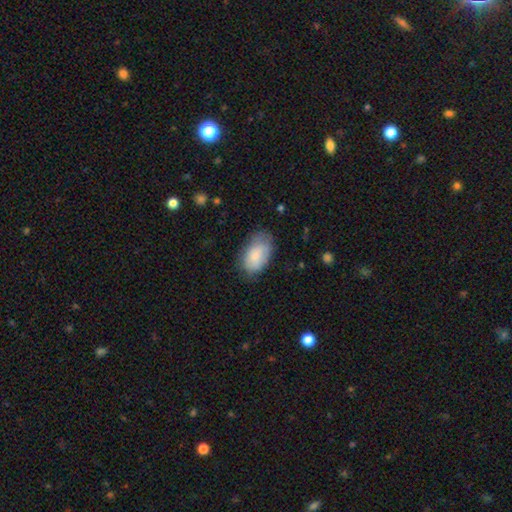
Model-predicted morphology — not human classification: The model was most divided on "merging": none: 66%, minor disturbance: 25%, major disturbance: 7%, merger: 1%. More confident: how rounded — in between (93%); smooth or featured — smooth (81%).